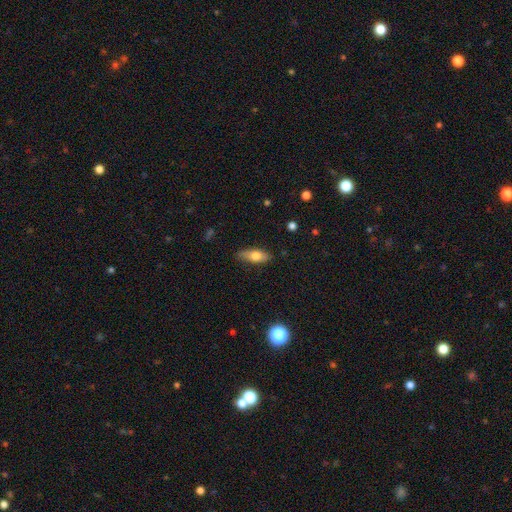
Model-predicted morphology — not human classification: A smooth galaxy with no disk features (68%) that is in between round and cigar-shaped (68%).

Vote fractions:
- Smooth or featured? smooth: 68% / featured or disk: 24% / star or artifact: 7%
- How rounded? in between: 68% / cigar-shaped: 29% / round: 3%
- Merging? none: 80% / minor disturbance: 15% / major disturbance: 3% / merger: 1%